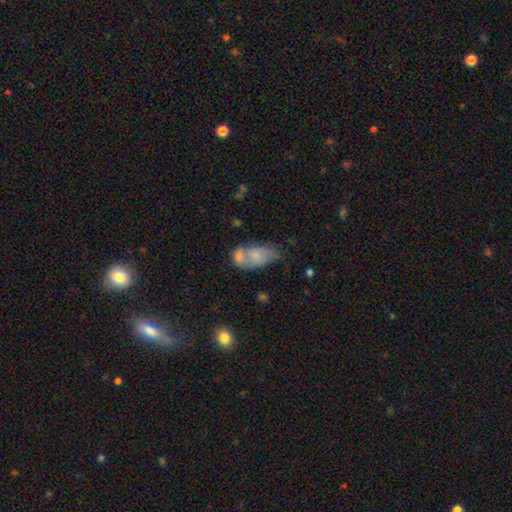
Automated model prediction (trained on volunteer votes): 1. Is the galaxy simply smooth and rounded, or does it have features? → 64% smooth, 27% featured or disk, 8% star or artifact.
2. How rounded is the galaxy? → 89% in between, 7% round, 4% cigar-shaped.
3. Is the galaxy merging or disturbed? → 46% merger, 27% none, 18% minor disturbance, 9% major disturbance.